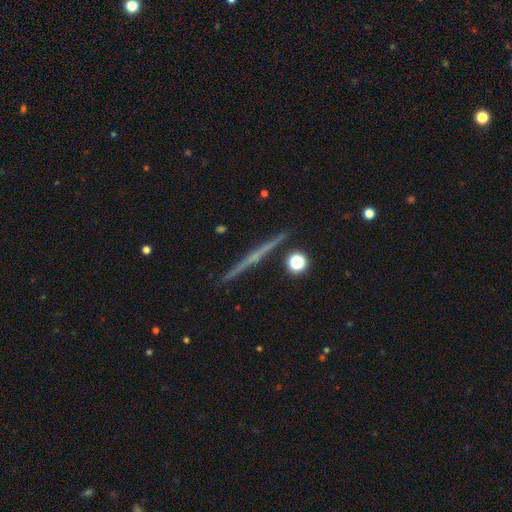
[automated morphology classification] Smooth or featured: featured or disk — 70% (smooth — 22%)
Edge-on disk: yes — 98% (no — 2%)
Edge-on bulge: none — 65% (rounded — 28%)
Merging: none — 92% (minor disturbance — 5%)